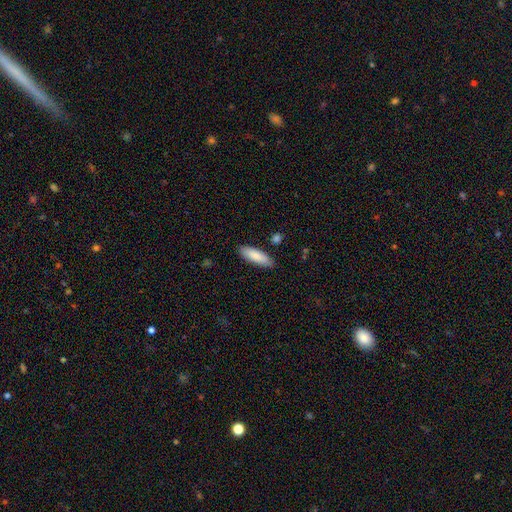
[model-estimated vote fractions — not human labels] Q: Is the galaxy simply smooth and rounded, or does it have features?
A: smooth — 86%.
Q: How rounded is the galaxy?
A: in between — 50%.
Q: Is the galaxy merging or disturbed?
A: none — 86%.